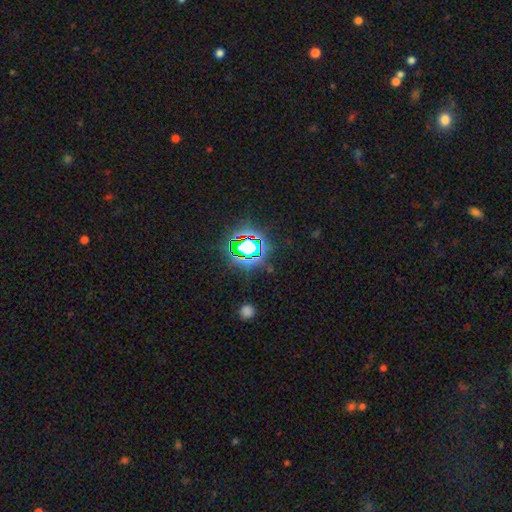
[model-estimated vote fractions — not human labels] A star or artifact, not a galaxy (80%).

Vote fractions:
- Smooth or featured? star or artifact: 80% / smooth: 12% / featured or disk: 8%